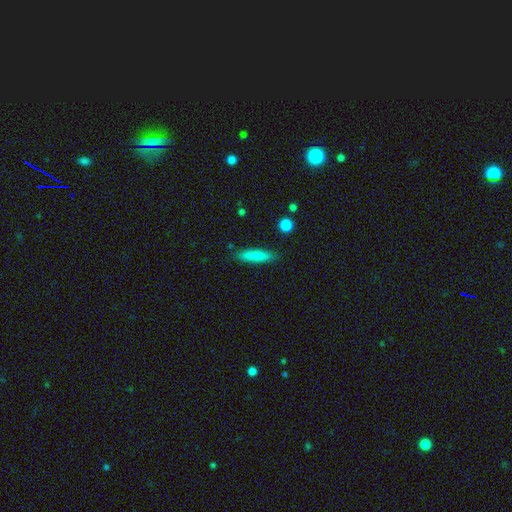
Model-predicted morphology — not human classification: Smooth or featured?
  - smooth: 80% *
  - featured or disk: 13%
  - star or artifact: 6%
How rounded?
  - cigar-shaped: 84% *
  - in between: 14%
  - round: 1%
Merging?
  - none: 86% *
  - minor disturbance: 10%
  - major disturbance: 2%
  - merger: 2%